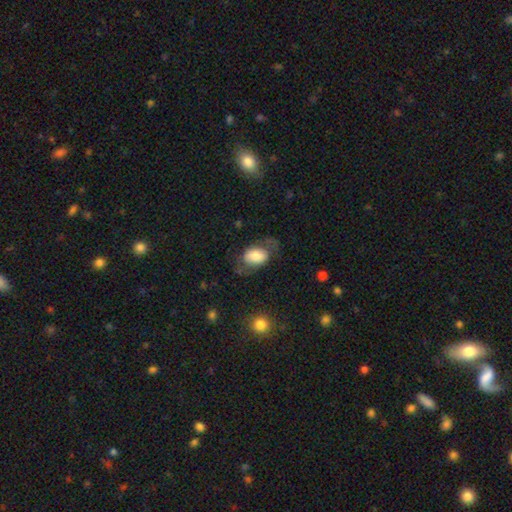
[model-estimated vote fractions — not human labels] This is likely a smooth galaxy (62%). How rounded: clearly in between (84%). Merging: possibly none (52%).